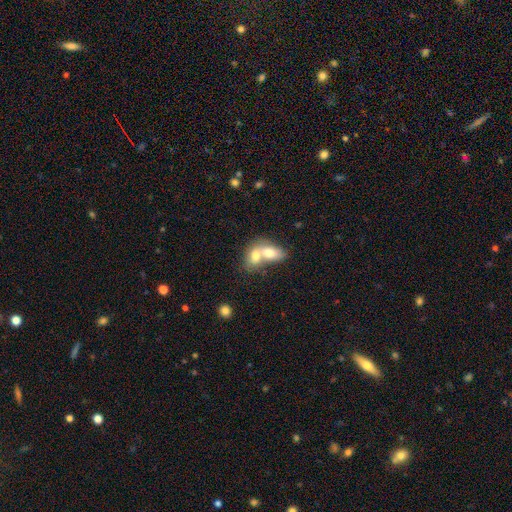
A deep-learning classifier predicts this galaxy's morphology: smooth_or_featured: smooth (p=0.71) [alt: featured or disk p=0.22]
how_rounded: in between (p=0.78) [alt: round p=0.20]
merging: merger (p=0.79) [alt: none p=0.13]